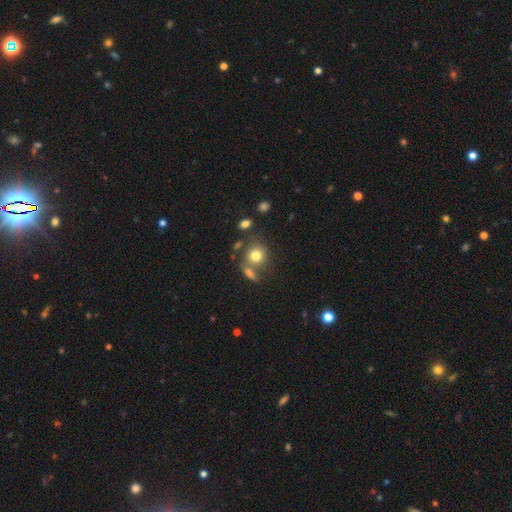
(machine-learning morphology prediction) Q: Smooth or featured?
A: smooth (77%); runner-up: featured or disk (12%)
Q: How rounded?
A: round (78%); runner-up: in between (21%)
Q: Merging?
A: none (58%); runner-up: merger (24%)